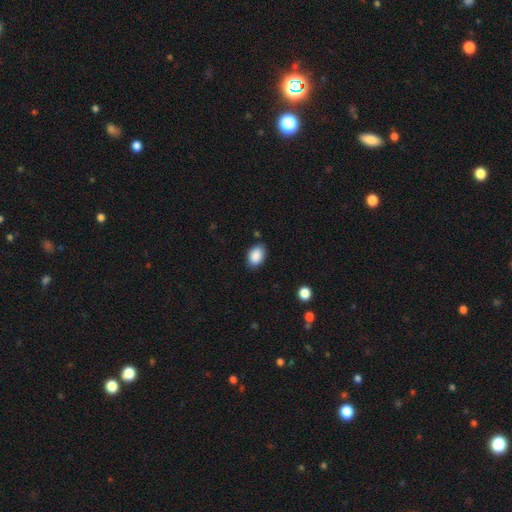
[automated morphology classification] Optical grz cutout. It shows a smooth galaxy with no disk features (89%) that is in between round and cigar-shaped (86%). Merging: none (83%).